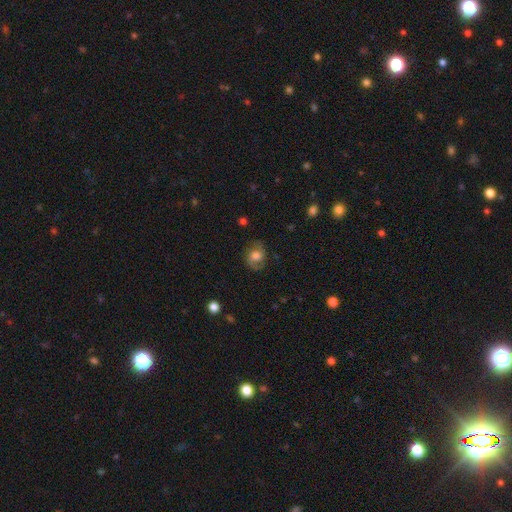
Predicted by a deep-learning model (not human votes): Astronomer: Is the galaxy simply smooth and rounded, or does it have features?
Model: smooth — 46% (runner-up: featured or disk, 43%).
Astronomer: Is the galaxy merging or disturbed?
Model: none — 73%.